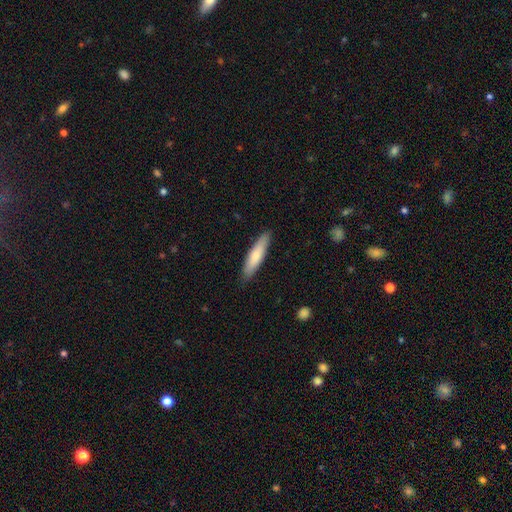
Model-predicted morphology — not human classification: Overall: smooth (72%). How rounded: cigar-shaped (79%). Merging: none (87%).